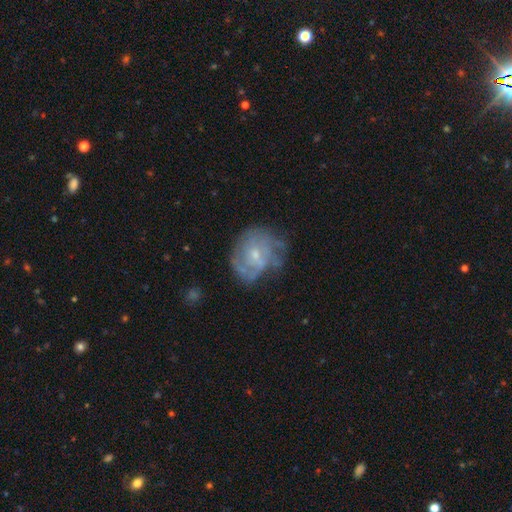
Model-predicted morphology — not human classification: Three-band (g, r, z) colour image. It shows a featured or disk galaxy (69%) with no bar (65%), spiral arms (70%) and a small central bulge (62%). Merging: none (54%).